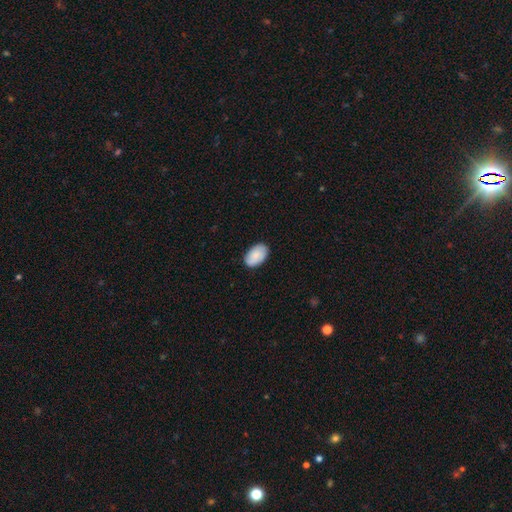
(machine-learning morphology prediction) Q: Smooth or featured?
A: smooth (81%); runner-up: featured or disk (13%)
Q: How rounded?
A: in between (92%); runner-up: round (7%)
Q: Merging?
A: none (85%); runner-up: minor disturbance (12%)